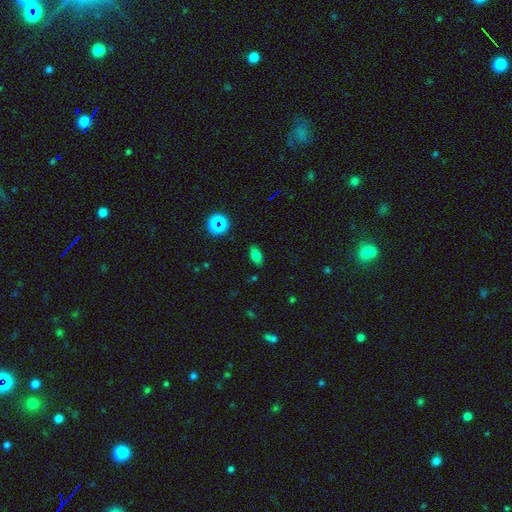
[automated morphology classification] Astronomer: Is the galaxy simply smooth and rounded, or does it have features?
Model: smooth — 74%.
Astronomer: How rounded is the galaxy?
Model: in between — 86%.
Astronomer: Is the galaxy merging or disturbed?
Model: none — 85%.